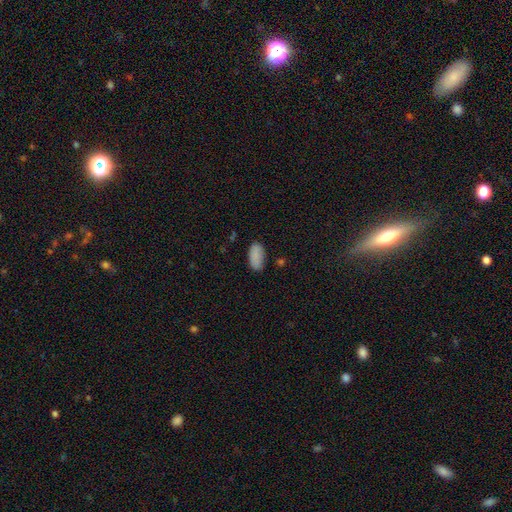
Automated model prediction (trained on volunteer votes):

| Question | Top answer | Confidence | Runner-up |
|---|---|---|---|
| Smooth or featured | smooth | 88% | star or artifact (8%) |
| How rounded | in between | 93% | cigar-shaped (4%) |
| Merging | none | 80% | minor disturbance (15%) |